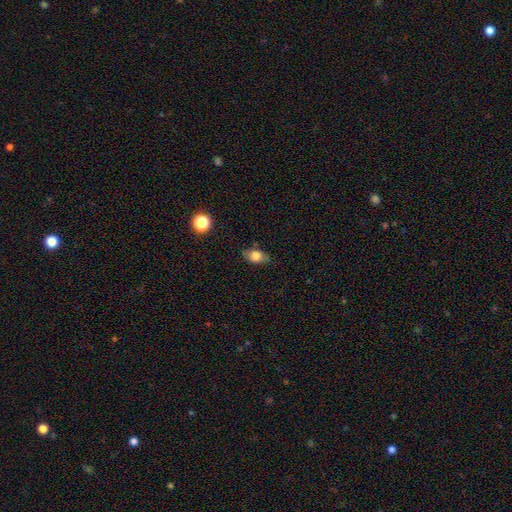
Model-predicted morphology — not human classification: This appears to be a smooth galaxy with no disk features (77%) that is in between round and cigar-shaped (81%). Merging: none (76%).